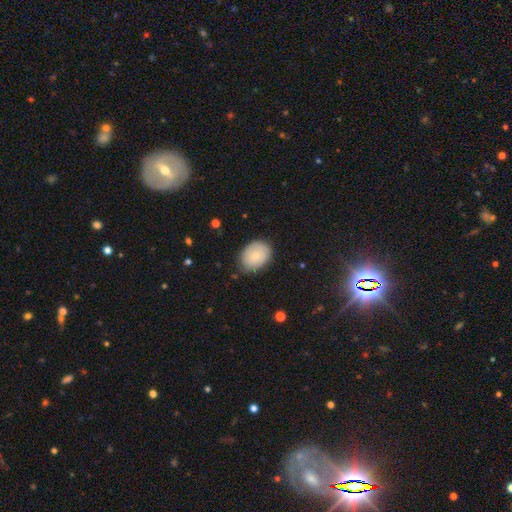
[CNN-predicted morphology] Q: Smooth or featured?
A: smooth (78%); runner-up: featured or disk (15%)
Q: How rounded?
A: in between (73%); runner-up: round (26%)
Q: Merging?
A: none (77%); runner-up: minor disturbance (19%)